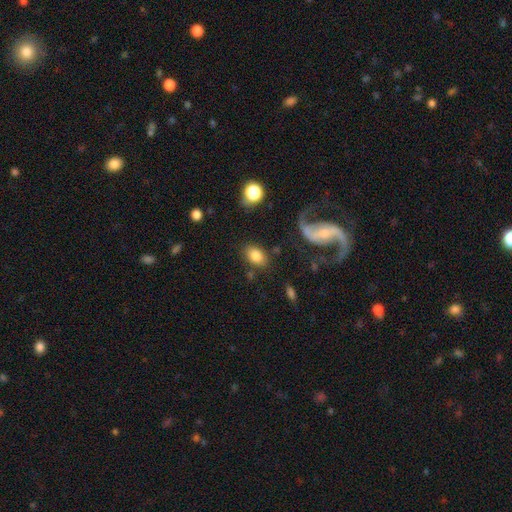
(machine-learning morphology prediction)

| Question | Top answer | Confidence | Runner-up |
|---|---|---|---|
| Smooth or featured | smooth | 79% | featured or disk (12%) |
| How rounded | in between | 83% | round (15%) |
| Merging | none | 76% | minor disturbance (12%) |